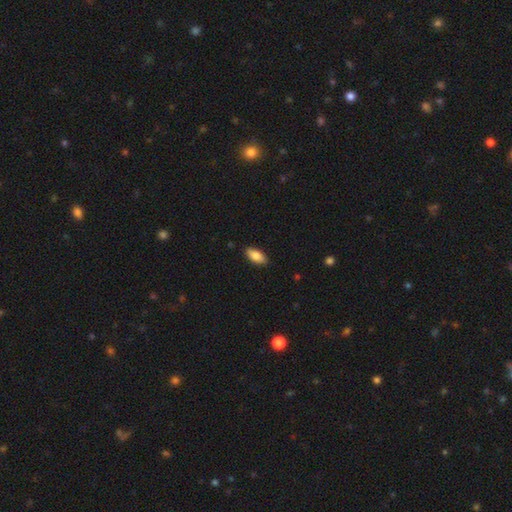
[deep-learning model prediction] smooth-or-featured: smooth: 84% | featured or disk: 9% | star or artifact: 6%
  how-rounded: in between: 88% | cigar-shaped: 10% | round: 2%
  merging: none: 88% | minor disturbance: 9% | major disturbance: 2% | merger: 1%